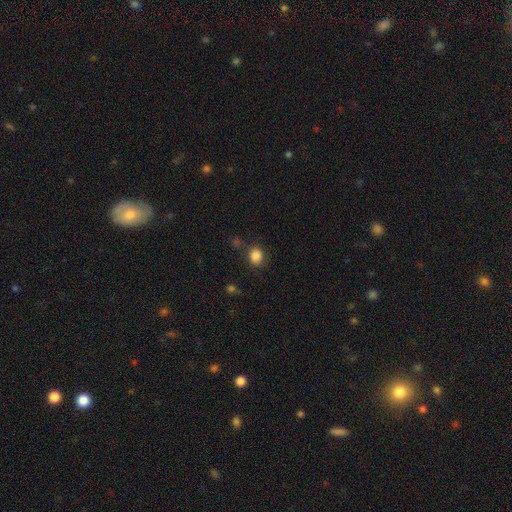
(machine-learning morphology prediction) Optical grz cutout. It shows a smooth galaxy with no disk features (85%) that is round (59%). Merging: none (75%).